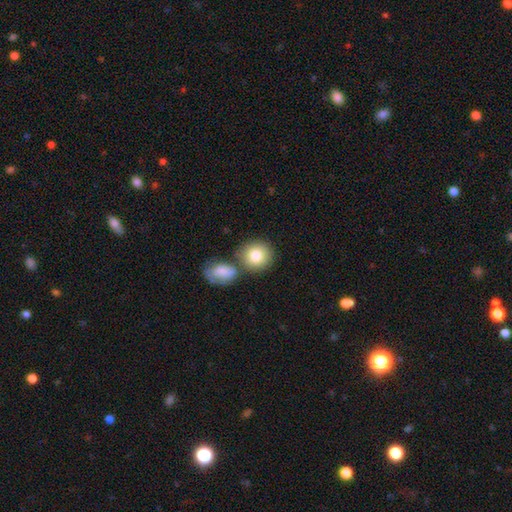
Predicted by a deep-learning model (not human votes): Smooth or featured? smooth (82%)
How rounded? round (80%)
Merging? none (60%)